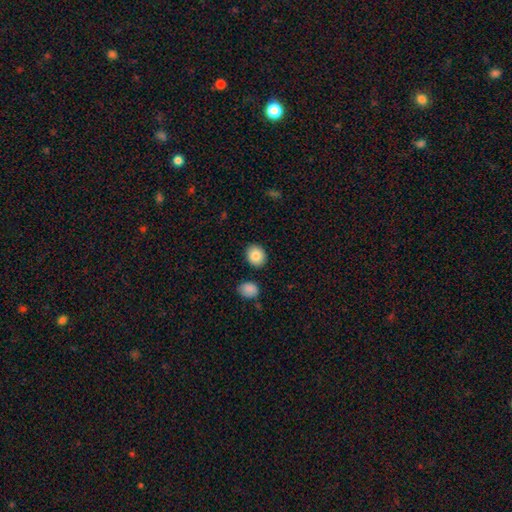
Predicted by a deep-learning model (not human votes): Morphology: type=smooth (86%); roundness=round (63%); merging=none (88%).